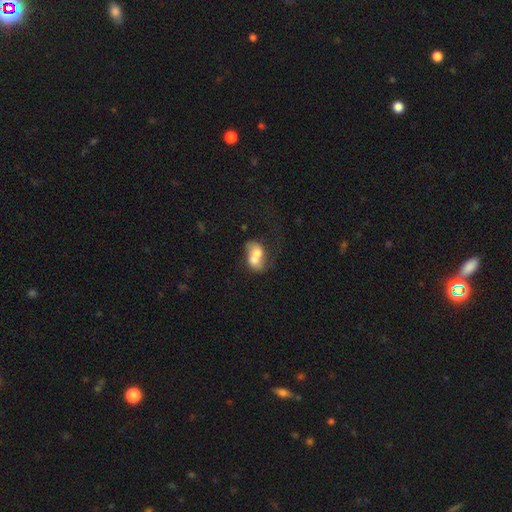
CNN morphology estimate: Q: Smooth or featured?
A: smooth (61%); runner-up: featured or disk (30%)
Q: How rounded?
A: in between (67%); runner-up: round (31%)
Q: Merging?
A: merger (70%); runner-up: none (16%)